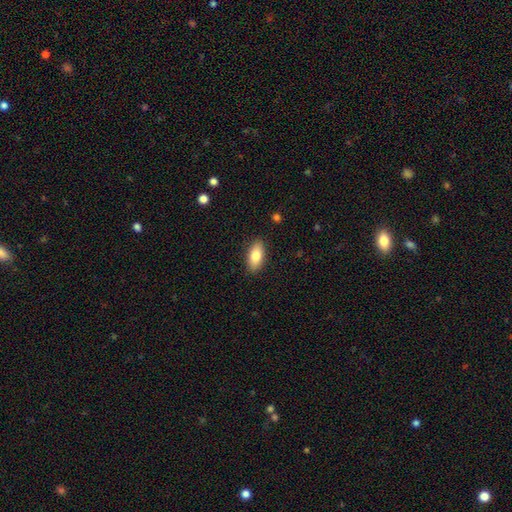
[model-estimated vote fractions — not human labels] A smooth galaxy with no disk features (81%) that is in between round and cigar-shaped (87%).

Vote fractions:
- Smooth or featured? smooth: 81% / featured or disk: 12% / star or artifact: 7%
- How rounded? in between: 87% / cigar-shaped: 11% / round: 3%
- Merging? none: 89% / minor disturbance: 8% / major disturbance: 2% / merger: 1%